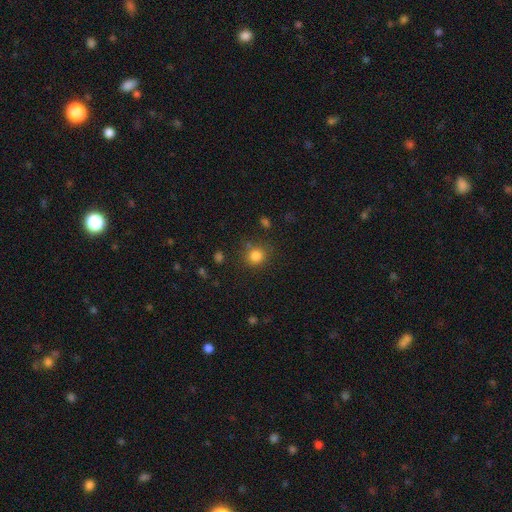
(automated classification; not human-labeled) This appears to be a smooth galaxy with no disk features (83%) that is round (86%). Merging: none (79%).